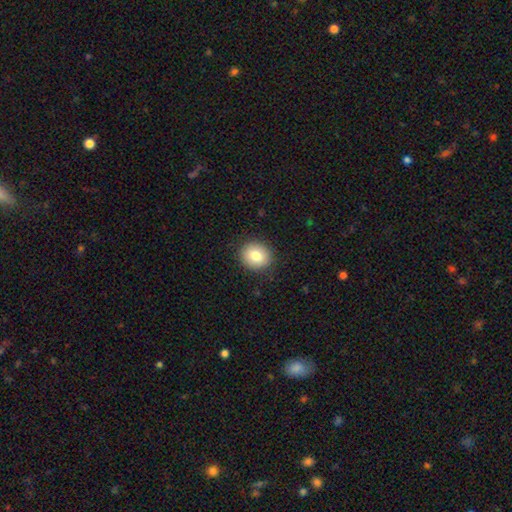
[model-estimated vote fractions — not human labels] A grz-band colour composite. It shows a smooth galaxy with no disk features (81%) that is round (76%). Merging: none (89%).